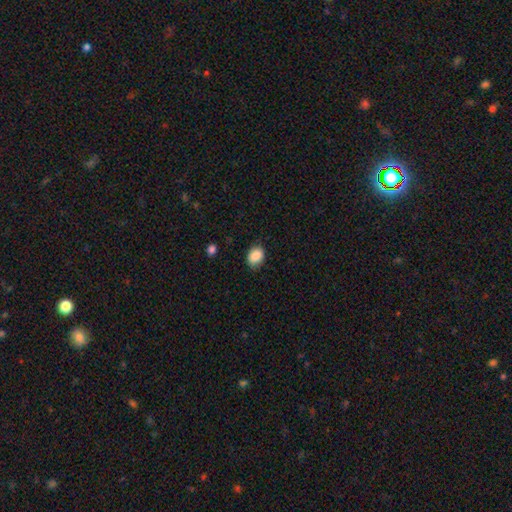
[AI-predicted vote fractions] smooth-or-featured: smooth: 88% | star or artifact: 8% | featured or disk: 4%
  how-rounded: in between: 68% | round: 31% | cigar-shaped: 1%
  merging: none: 76% | minor disturbance: 19% | major disturbance: 4% | merger: 1%